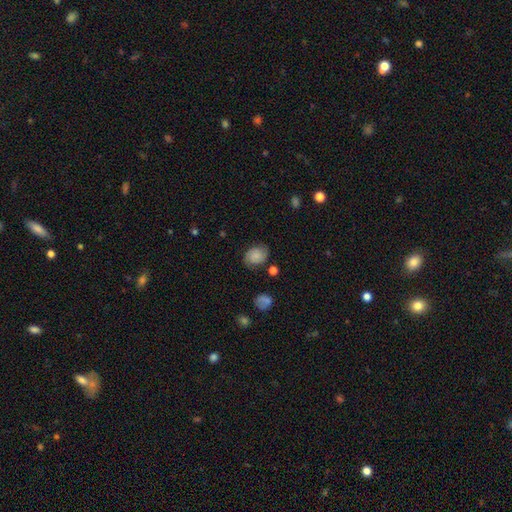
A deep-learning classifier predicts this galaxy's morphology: Smooth or featured? Predicted: smooth (p=0.50). How rounded? Predicted: in between (p=0.56). Merging? Predicted: none (p=0.72).